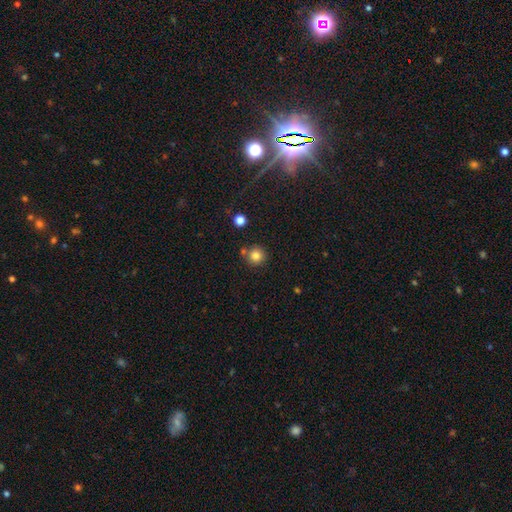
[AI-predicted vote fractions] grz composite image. It shows a smooth galaxy with no disk features (81%) that is round (94%). Merging: none (78%).